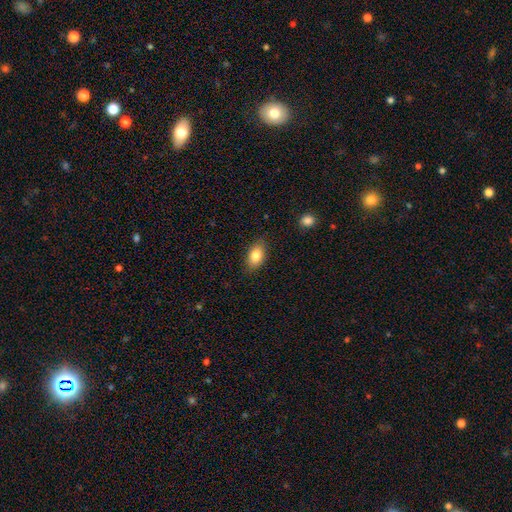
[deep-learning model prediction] smooth 82%, featured or disk 11%, star or artifact 8%. Down the decision tree: how rounded — in between (88%); merging — none (84%).